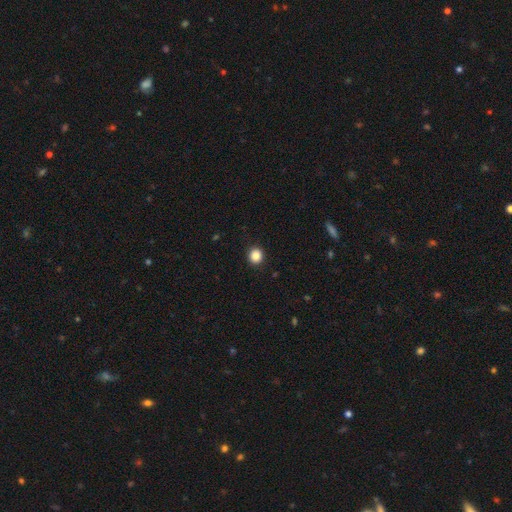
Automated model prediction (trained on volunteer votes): Overall: smooth (86%). How rounded: round (88%). Merging: none (92%).